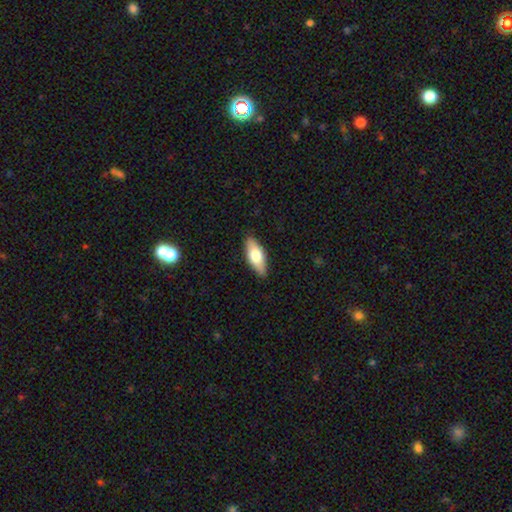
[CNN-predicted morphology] smooth 67%, featured or disk 27%, star or artifact 6%. Down the decision tree: how rounded — in between (76%); merging — none (87%).